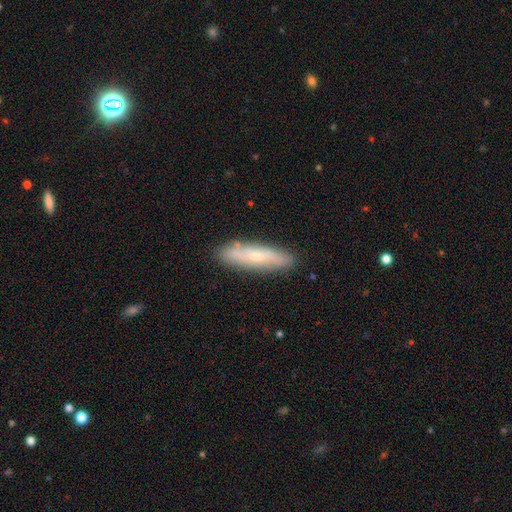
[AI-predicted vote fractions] This appears to be a smooth galaxy with no disk features (47%, tied with featured or disk). Merging: none (84%).